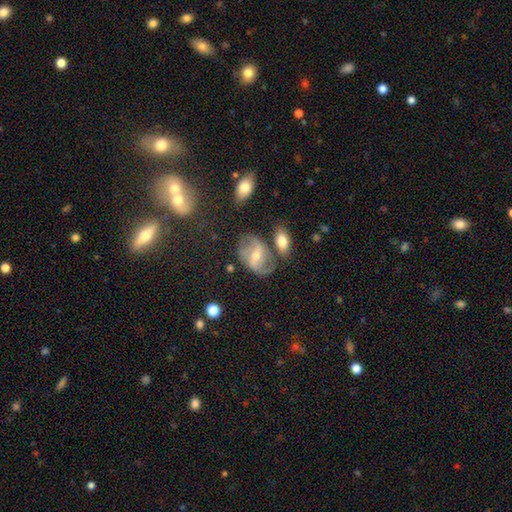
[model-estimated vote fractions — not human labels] Smooth or featured: featured or disk — 67% (smooth — 24%)
Edge-on disk: no — 95% (yes — 5%)
Bar: weak — 46% (strong — 28%)
Spiral arms: yes — 85% (no — 15%)
Spiral winding: loose — 46% (medium — 39%)
Spiral arm count: 2 — 80% (can't tell — 11%)
Bulge size: moderate — 53% (small — 41%)
Merging: none — 56% (minor disturbance — 20%)